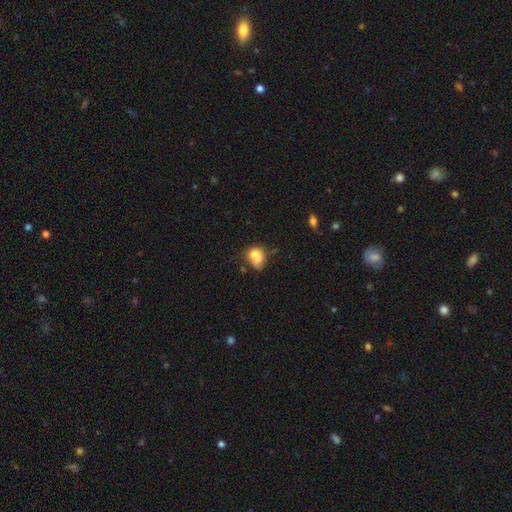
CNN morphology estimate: smooth_or_featured: smooth (p=0.69) [alt: featured or disk p=0.21]
how_rounded: round (p=0.57) [alt: in between p=0.42]
merging: merger (p=0.48) [alt: none p=0.27]